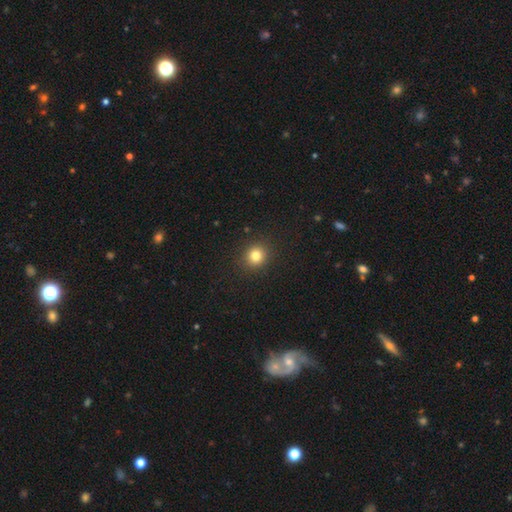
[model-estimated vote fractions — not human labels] smooth-or-featured: smooth: 81% | star or artifact: 13% | featured or disk: 6%
  how-rounded: round: 87% | in between: 13% | cigar-shaped: 1%
  merging: none: 91% | minor disturbance: 6% | major disturbance: 2% | merger: 1%